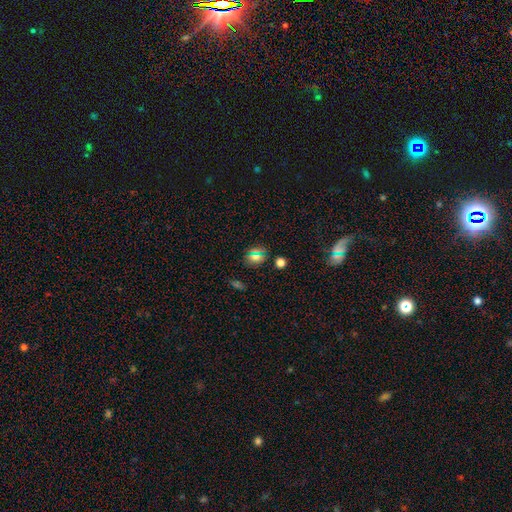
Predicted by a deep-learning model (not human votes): smooth_or_featured: smooth (p=0.63) [alt: star or artifact p=0.28]
how_rounded: round (p=0.57) [alt: in between p=0.40]
merging: none (p=0.85) [alt: minor disturbance p=0.10]